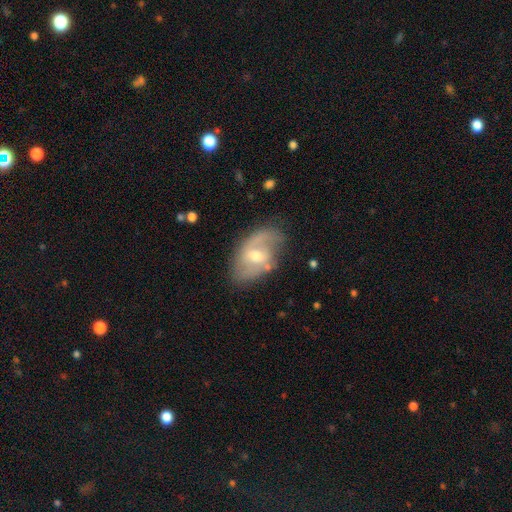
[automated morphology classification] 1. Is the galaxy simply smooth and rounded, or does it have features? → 69% featured or disk, 24% smooth, 7% star or artifact.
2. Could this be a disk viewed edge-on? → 94% no, 6% yes.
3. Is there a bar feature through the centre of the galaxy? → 51% weak, 36% no, 13% strong.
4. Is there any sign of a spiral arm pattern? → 77% yes, 23% no.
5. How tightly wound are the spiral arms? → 42% medium, 35% loose, 23% tight.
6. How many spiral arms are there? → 60% 2, 19% 1, 17% can't tell, 2% 3, 1% 4, 1% more than 4.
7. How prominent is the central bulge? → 63% moderate, 30% small, 4% large, 2% none, 1% dominant.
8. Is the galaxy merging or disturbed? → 62% none, 24% minor disturbance, 10% major disturbance, 4% merger.